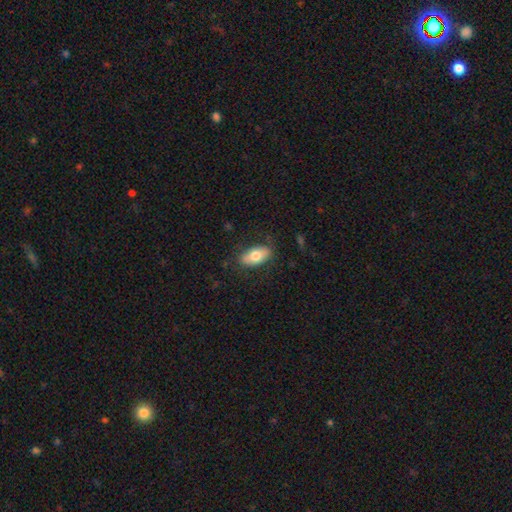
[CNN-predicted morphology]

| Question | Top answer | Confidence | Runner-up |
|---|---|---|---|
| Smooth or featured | smooth | 73% | featured or disk (21%) |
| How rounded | in between | 90% | cigar-shaped (6%) |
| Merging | none | 80% | minor disturbance (14%) |